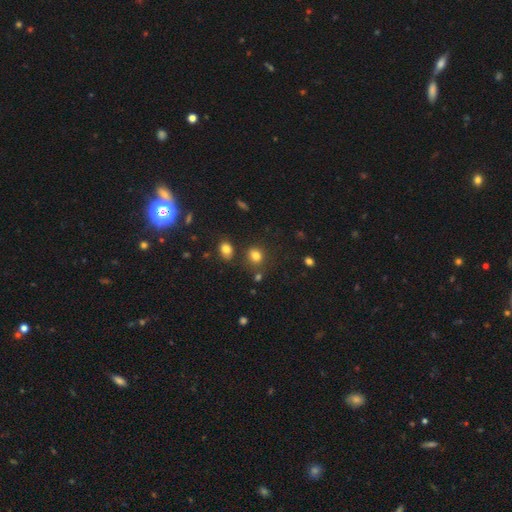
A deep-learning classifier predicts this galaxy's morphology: smooth 80%, star or artifact 14%, featured or disk 6%. Down the decision tree: how rounded — round (69%); merging — none (75%).